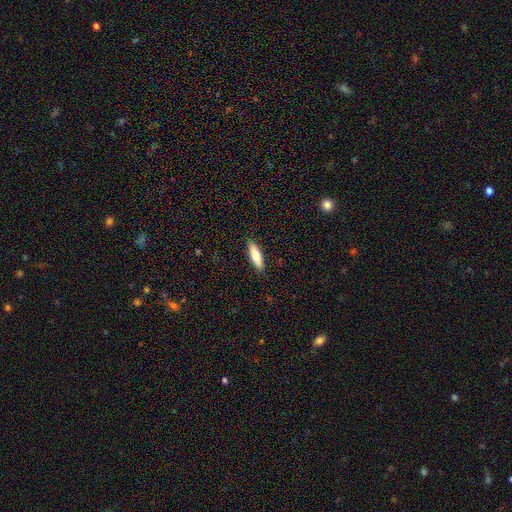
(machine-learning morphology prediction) smooth 64%, featured or disk 30%, star or artifact 6%. Down the decision tree: how rounded — cigar-shaped (61%); merging — none (89%).